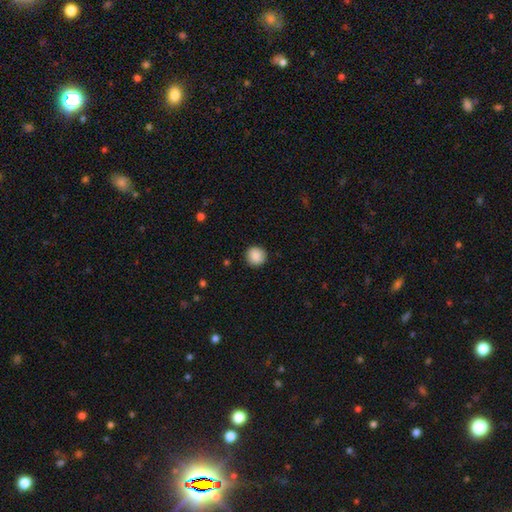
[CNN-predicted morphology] Smooth or featured? Predicted: smooth (p=0.88). How rounded? Predicted: round (p=0.92). Merging? Predicted: none (p=0.91).